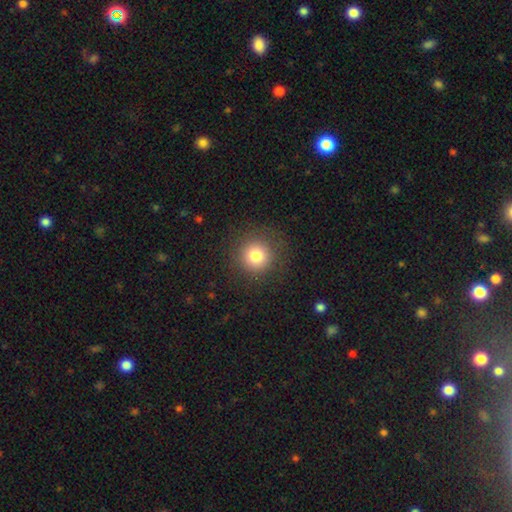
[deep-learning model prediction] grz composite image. It shows a smooth galaxy with no disk features (80%) that is round (94%). Merging: none (87%).